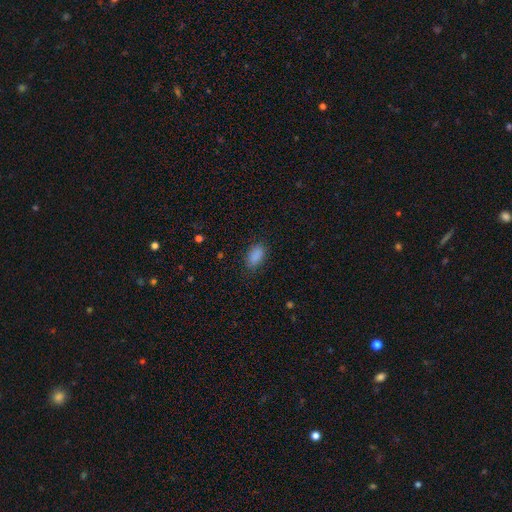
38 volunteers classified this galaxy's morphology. Volunteers were most divided on "how rounded": in between: 89%, round: 8%, cigar-shaped: 3%. More confident: smooth or featured — smooth (95%); merging — none (92%).